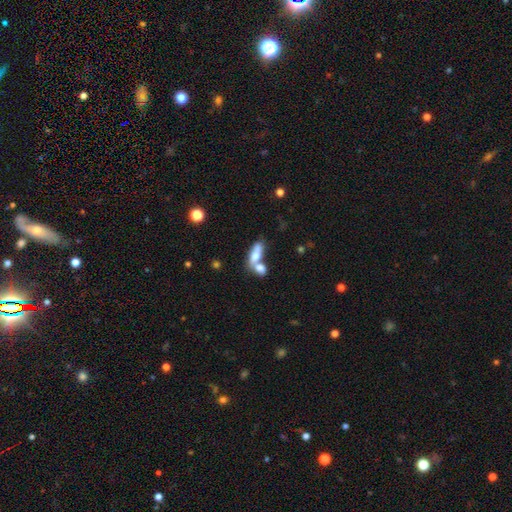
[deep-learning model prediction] A smooth galaxy with no disk features (62%) that is in between round and cigar-shaped (73%).

Vote fractions:
- Smooth or featured? smooth: 62% / featured or disk: 29% / star or artifact: 9%
- How rounded? in between: 73% / cigar-shaped: 16% / round: 10%
- Merging? merger: 67% / none: 20% / minor disturbance: 7% / major disturbance: 5%